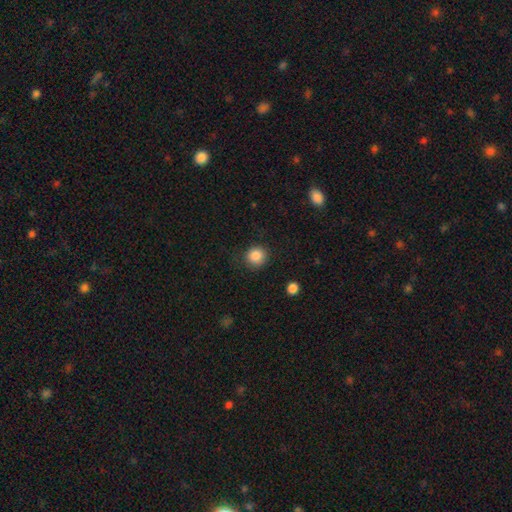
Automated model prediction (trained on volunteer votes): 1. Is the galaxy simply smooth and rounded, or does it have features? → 87% smooth, 10% star or artifact, 4% featured or disk.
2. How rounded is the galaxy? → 91% round, 8% in between, 1% cigar-shaped.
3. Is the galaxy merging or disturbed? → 85% none, 10% minor disturbance, 3% major disturbance, 1% merger.